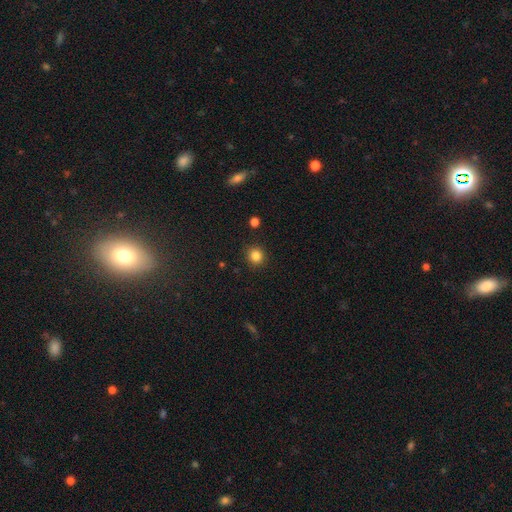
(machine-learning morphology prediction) A smooth galaxy with no disk features (84%) that is round (90%). Merging: none (90%).